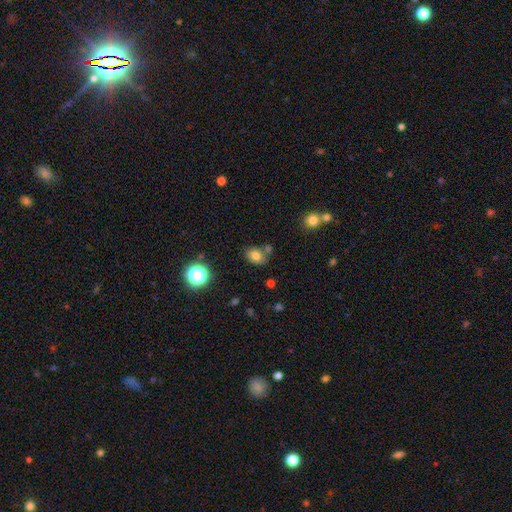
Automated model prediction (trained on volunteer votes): A smooth galaxy with no disk features (76%) that is in between round and cigar-shaped (60%).

Vote fractions:
- Smooth or featured? smooth: 76% / star or artifact: 14% / featured or disk: 10%
- How rounded? in between: 60% / round: 39% / cigar-shaped: 1%
- Merging? none: 70% / minor disturbance: 14% / merger: 12% / major disturbance: 4%